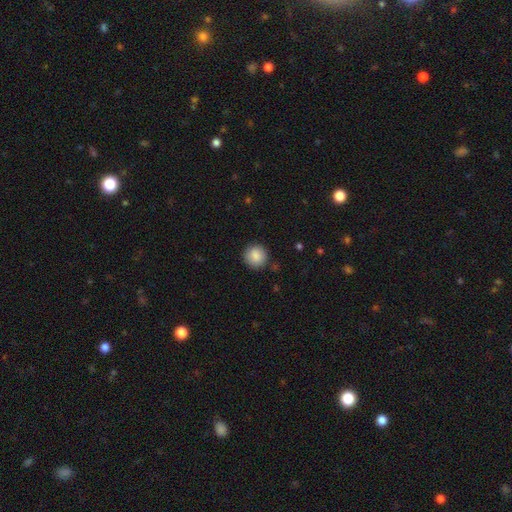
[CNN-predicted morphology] Smooth or featured? smooth (88%)
How rounded? round (92%)
Merging? none (88%)